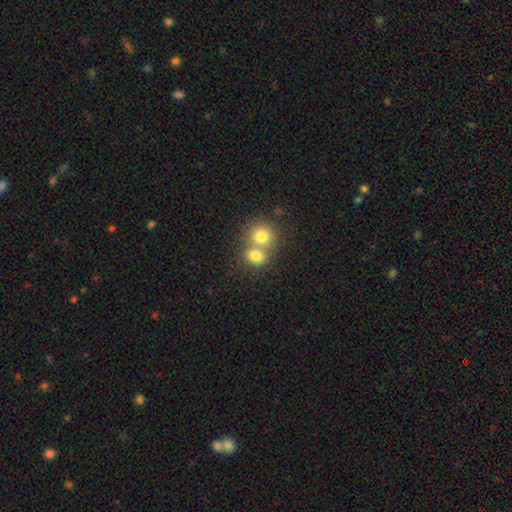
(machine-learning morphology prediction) This appears to be a smooth galaxy with no disk features (78%) that is round (72%). Merging: merger (57%).